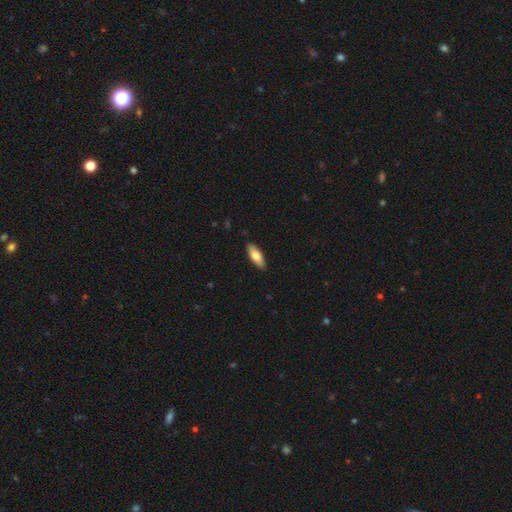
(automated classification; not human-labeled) Overall: smooth (72%). How rounded: in between (68%; cigar-shaped 30%). Merging: none (89%).